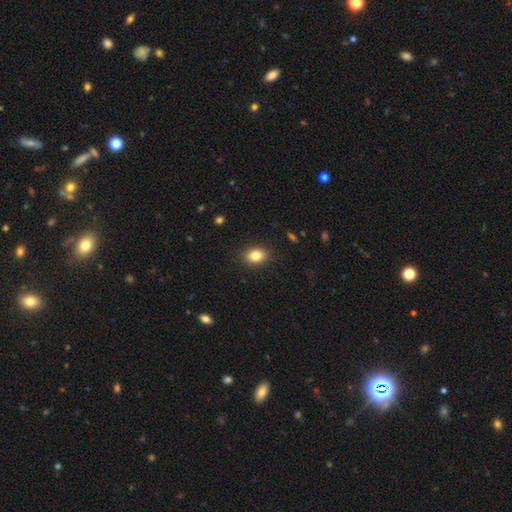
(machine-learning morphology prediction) This appears to be a smooth galaxy with no disk features (83%) that is in between round and cigar-shaped (63%). Merging: none (89%).